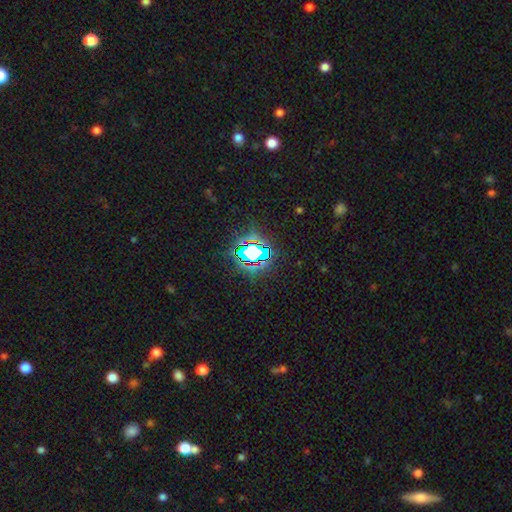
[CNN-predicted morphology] A star or artifact, not a galaxy (70%).